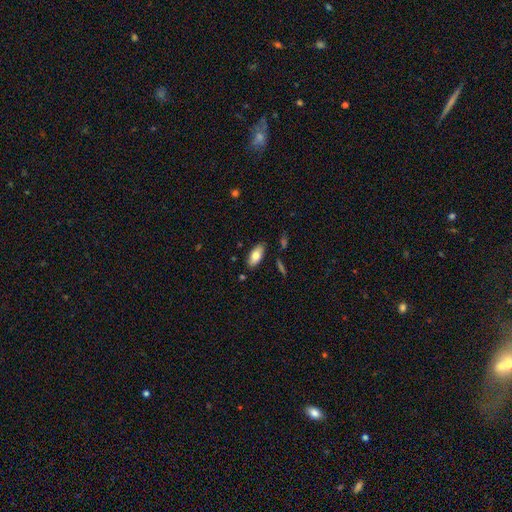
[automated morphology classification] smooth-or-featured: smooth: 77% | featured or disk: 17% | star or artifact: 6%
  how-rounded: in between: 91% | cigar-shaped: 7% | round: 2%
  merging: none: 83% | minor disturbance: 12% | merger: 3% | major disturbance: 2%